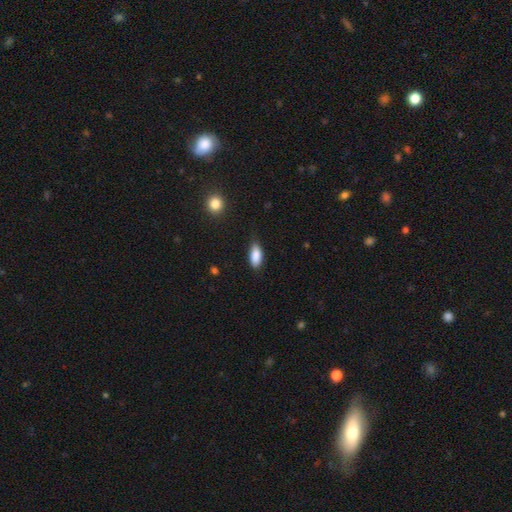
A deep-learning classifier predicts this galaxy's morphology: The model was most divided on "merging": none: 71%, minor disturbance: 24%, major disturbance: 4%, merger: 1%. More confident: smooth or featured — smooth (87%); how rounded — in between (84%).